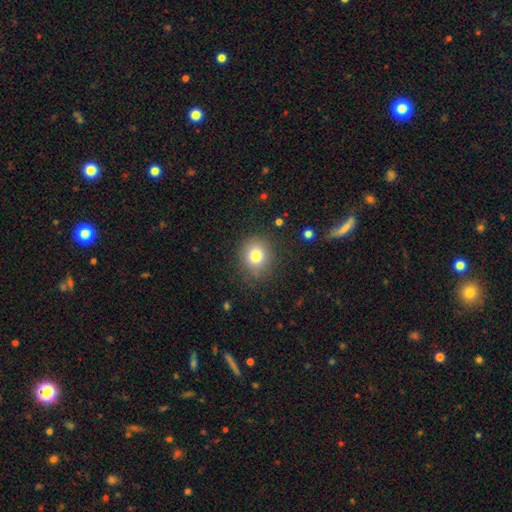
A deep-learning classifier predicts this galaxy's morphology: Smooth or featured: smooth — 78% (star or artifact — 12%)
How rounded: round — 82% (in between — 17%)
Merging: none — 84% (minor disturbance — 10%)